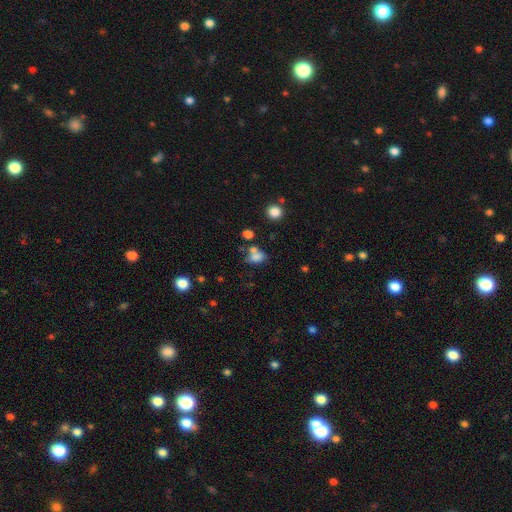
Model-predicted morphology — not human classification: Smooth or featured? smooth (72%)
How rounded? in between (68%)
Merging? none (37%)